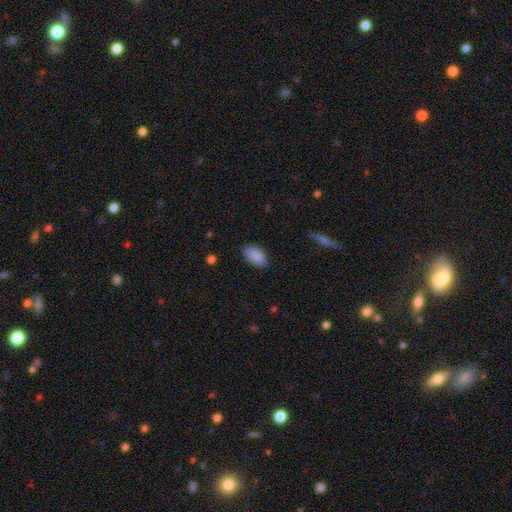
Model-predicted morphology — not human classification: Smooth or featured? Predicted: smooth (p=0.87). How rounded? Predicted: in between (p=0.91). Merging? Predicted: none (p=0.68).